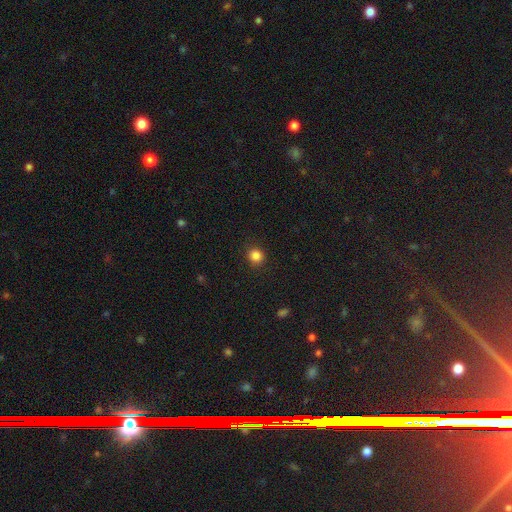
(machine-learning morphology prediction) type=smooth (85%); roundness=round (89%); merging=none (90%).